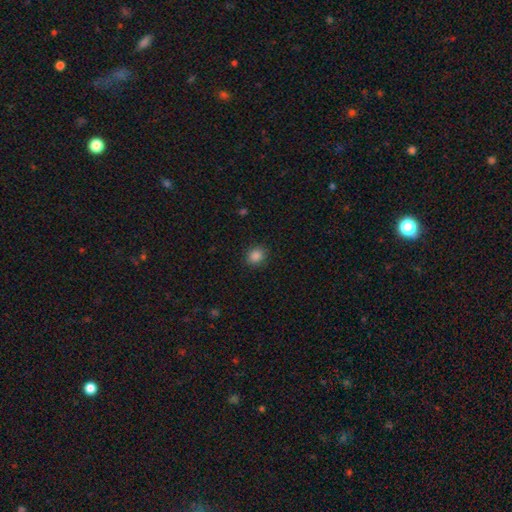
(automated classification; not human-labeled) Smooth or featured? Predicted: smooth (p=0.86). How rounded? Predicted: round (p=0.72). Merging? Predicted: none (p=0.88).